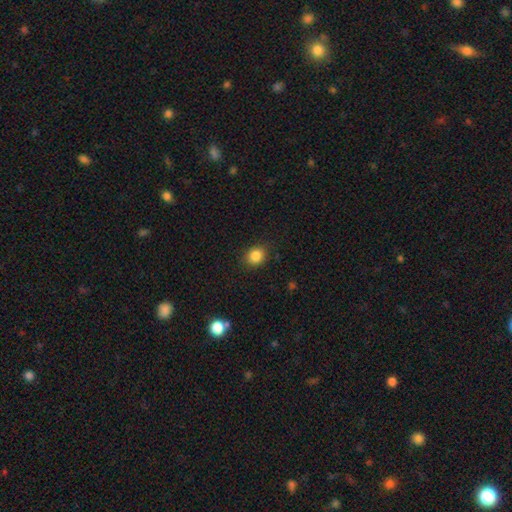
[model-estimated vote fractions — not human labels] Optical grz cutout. It shows a smooth galaxy with no disk features (85%) that is round (69%). Merging: none (87%).